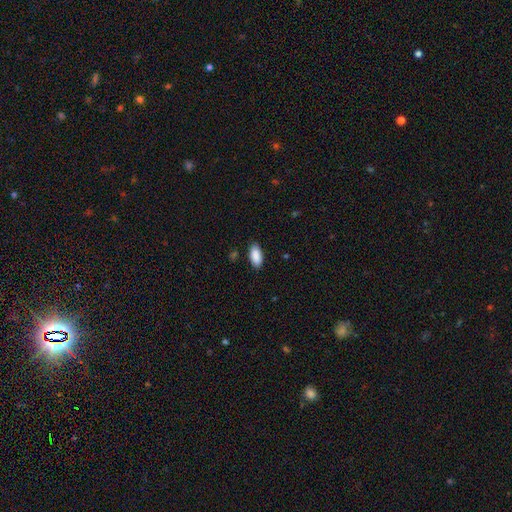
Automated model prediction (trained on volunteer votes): Smooth or featured? smooth (90%)
How rounded? in between (92%)
Merging? none (86%)